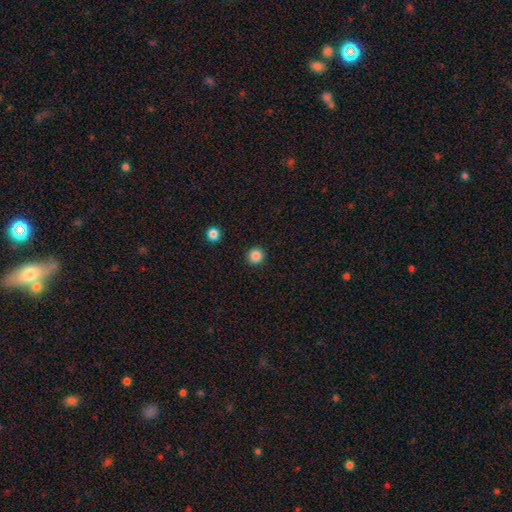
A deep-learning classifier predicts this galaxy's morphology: A smooth galaxy with no disk features (85%) that is round (95%). Merging: none (93%).